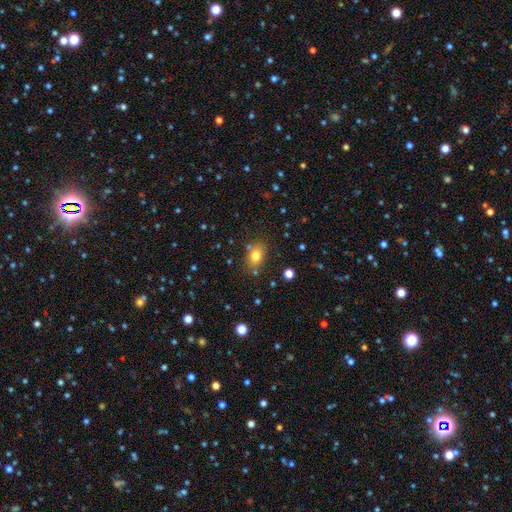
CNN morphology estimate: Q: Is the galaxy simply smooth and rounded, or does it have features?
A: smooth — 79%.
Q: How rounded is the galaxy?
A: in between — 67%.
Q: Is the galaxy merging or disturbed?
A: none — 76%.